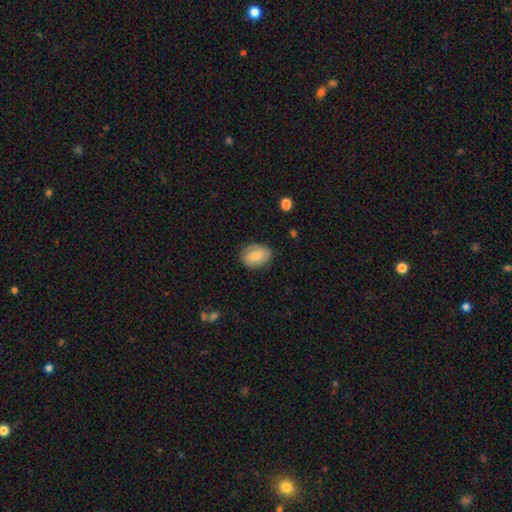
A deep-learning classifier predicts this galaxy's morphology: Overall: smooth (73%). How rounded: in between (68%; round 31%). Merging: none (82%).